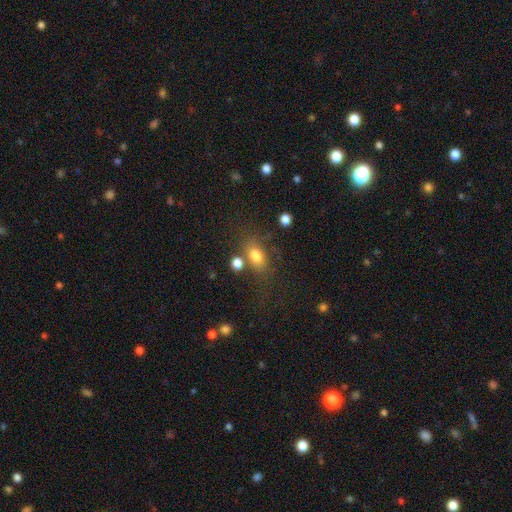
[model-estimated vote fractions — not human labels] A smooth galaxy with no disk features (78%) that is in between round and cigar-shaped (80%).

Vote fractions:
- Smooth or featured? smooth: 78% / star or artifact: 11% / featured or disk: 11%
- How rounded? in between: 80% / round: 17% / cigar-shaped: 4%
- Merging? none: 57% / minor disturbance: 17% / merger: 16% / major disturbance: 10%